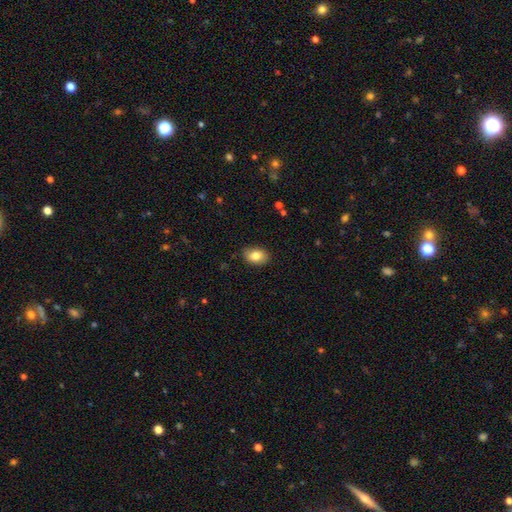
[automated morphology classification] Smooth or featured?
  - smooth: 82% *
  - featured or disk: 10%
  - star or artifact: 8%
How rounded?
  - in between: 82% *
  - round: 16%
  - cigar-shaped: 1%
Merging?
  - none: 87% *
  - minor disturbance: 10%
  - major disturbance: 2%
  - merger: 1%